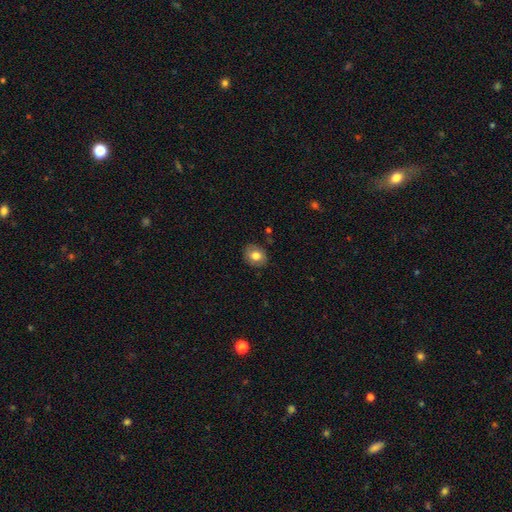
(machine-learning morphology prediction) This is likely a smooth galaxy (75%). How rounded: possibly round (54%). Merging: clearly none (84%).